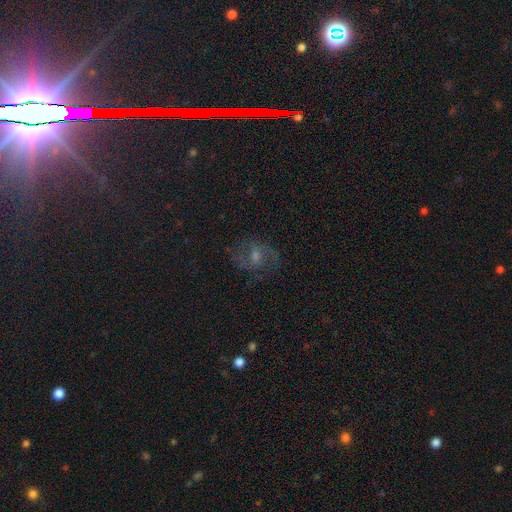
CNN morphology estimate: Q: Smooth or featured?
A: featured or disk (61%); runner-up: star or artifact (22%)
Q: Edge-on disk?
A: no (97%); runner-up: yes (3%)
Q: Bar?
A: weak (51%); runner-up: no (35%)
Q: Spiral arms?
A: yes (88%); runner-up: no (12%)
Q: Spiral winding?
A: medium (55%); runner-up: loose (23%)
Q: Spiral arm count?
A: 2 (78%); runner-up: can't tell (13%)
Q: Bulge size?
A: moderate (48%); runner-up: small (36%)
Q: Merging?
A: none (74%); runner-up: minor disturbance (15%)